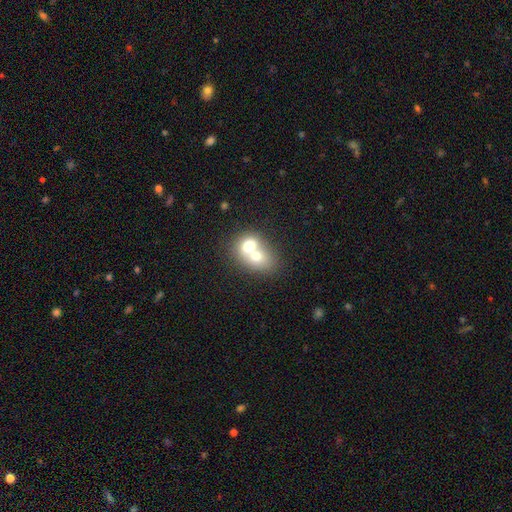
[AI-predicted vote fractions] Smooth or featured? Predicted: smooth (p=0.66). How rounded? Predicted: in between (p=0.53). Merging? Predicted: merger (p=0.75).